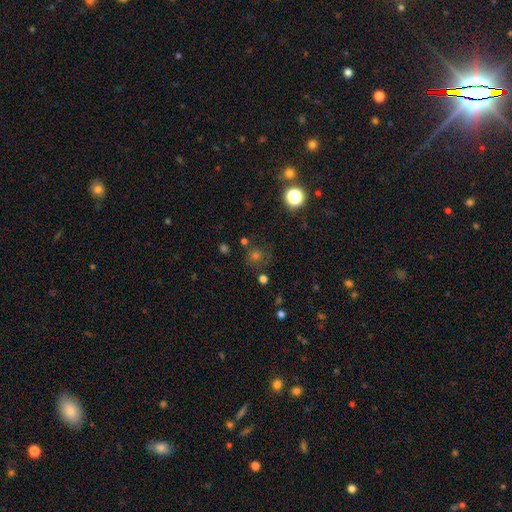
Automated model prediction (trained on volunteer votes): Overall: smooth (50%; star or artifact 38%). How rounded: round (89%). Merging: none (78%).